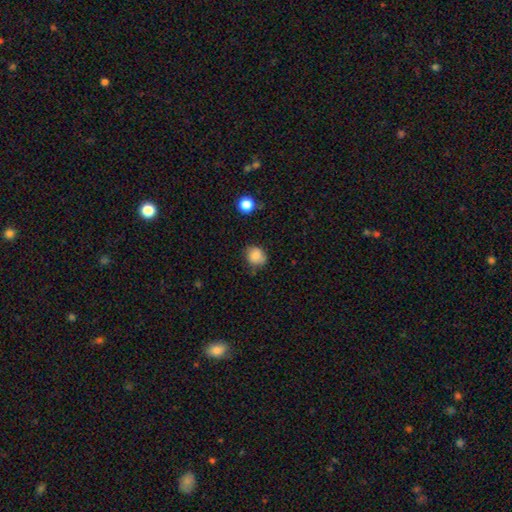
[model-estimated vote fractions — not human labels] A smooth galaxy with no disk features (79%) that is round (66%).

Vote fractions:
- Smooth or featured? smooth: 79% / featured or disk: 11% / star or artifact: 10%
- How rounded? round: 66% / in between: 33% / cigar-shaped: 1%
- Merging? none: 68% / minor disturbance: 24% / major disturbance: 6% / merger: 2%